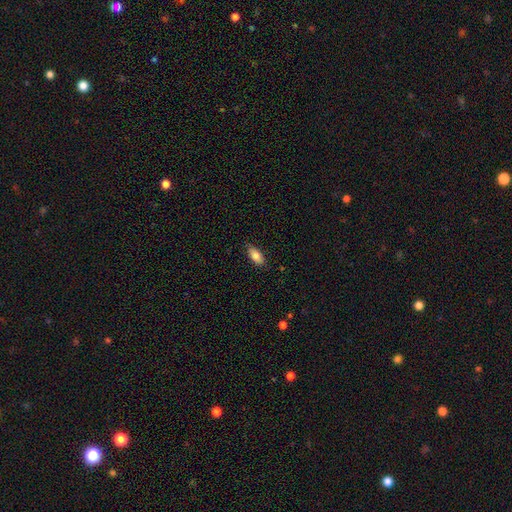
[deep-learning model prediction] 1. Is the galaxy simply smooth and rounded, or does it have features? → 82% smooth, 11% featured or disk, 7% star or artifact.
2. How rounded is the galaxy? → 88% in between, 10% cigar-shaped, 3% round.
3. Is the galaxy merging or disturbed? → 84% none, 13% minor disturbance, 2% major disturbance, 1% merger.